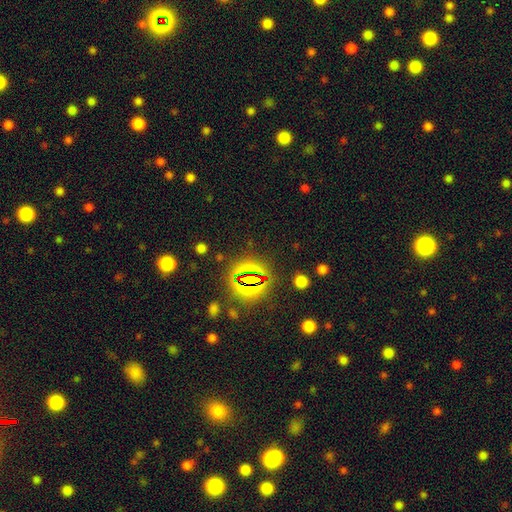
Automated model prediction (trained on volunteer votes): smooth-or-featured: star or artifact: 76% | smooth: 15% | featured or disk: 9%